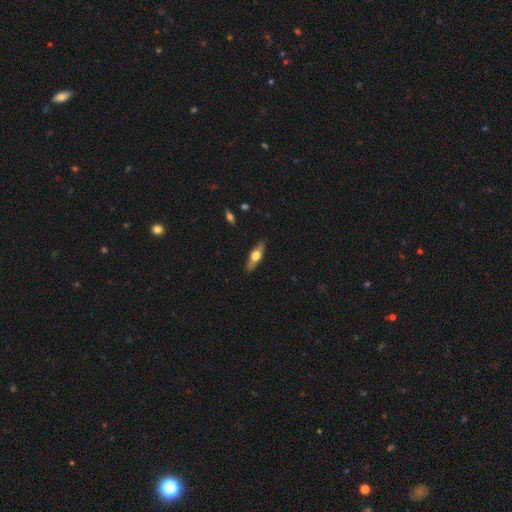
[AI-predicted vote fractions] smooth_or_featured: featured or disk (p=0.49) [alt: smooth p=0.46]
merging: none (p=0.88) [alt: minor disturbance p=0.09]